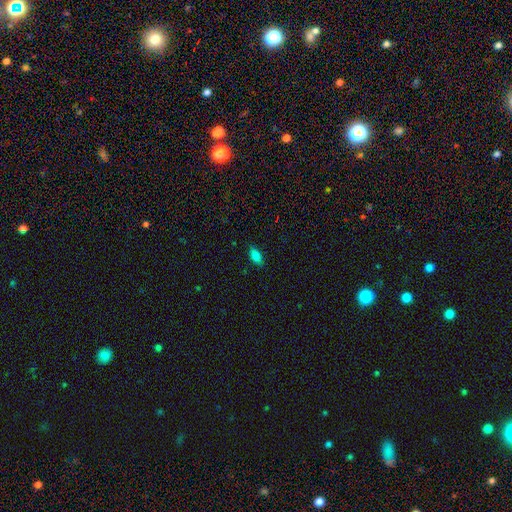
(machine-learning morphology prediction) smooth-or-featured: smooth: 81% | star or artifact: 10% | featured or disk: 9%
  how-rounded: in between: 85% | cigar-shaped: 11% | round: 3%
  merging: none: 86% | minor disturbance: 11% | major disturbance: 2% | merger: 1%